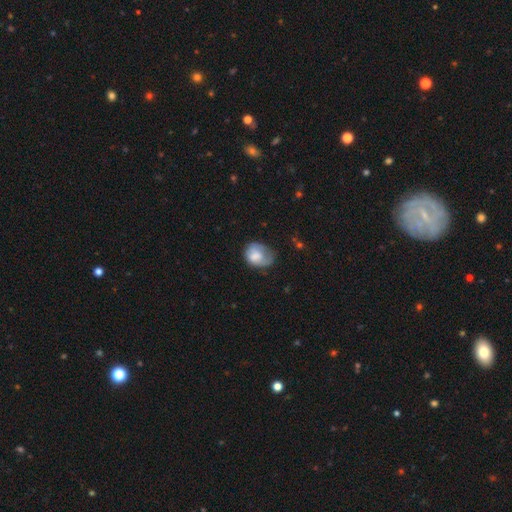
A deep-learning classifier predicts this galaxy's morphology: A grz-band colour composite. It shows a smooth galaxy with no disk features (66%) that is in between round and cigar-shaped (59%). Merging: none (40%).